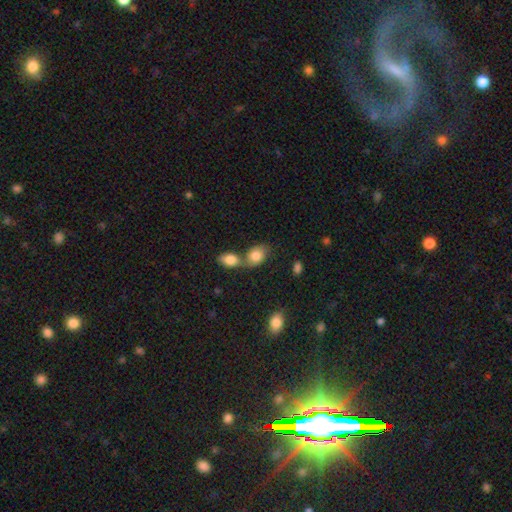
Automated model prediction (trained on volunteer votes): This is clearly a smooth galaxy (81%). How rounded: likely in between (73%). Merging: possibly merger (50%).